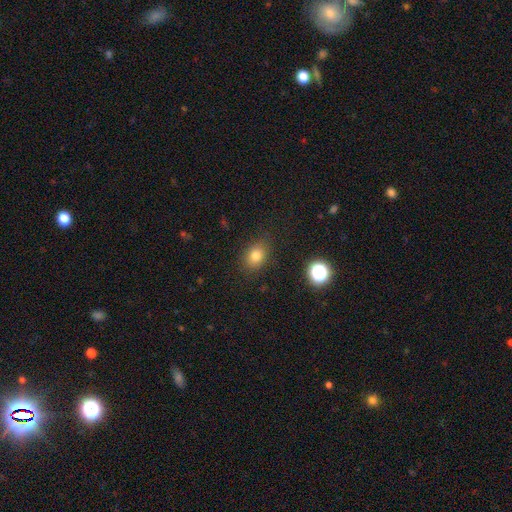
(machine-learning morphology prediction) Smooth or featured? smooth (79%)
How rounded? in between (61%)
Merging? none (84%)